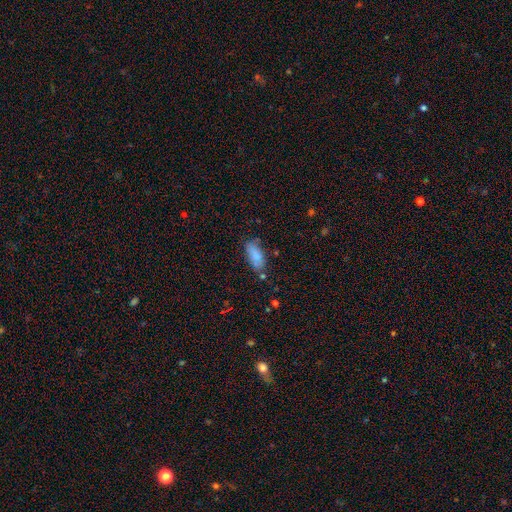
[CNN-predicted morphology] type=smooth (81%); roundness=in between (83%); merging=none (65%).